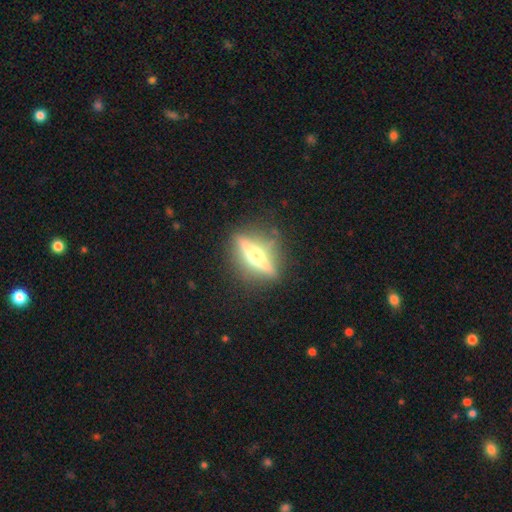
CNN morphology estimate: A featured or disk galaxy (76%) viewed edge-on (93%) with a rounded central bulge (94%).

Vote fractions:
- Smooth or featured? featured or disk: 76% / smooth: 17% / star or artifact: 7%
- Edge-on disk? yes: 93% / no: 7%
- Edge-on bulge? rounded: 94% / boxy: 4% / none: 2%
- Merging? none: 85% / minor disturbance: 9% / major disturbance: 4% / merger: 2%